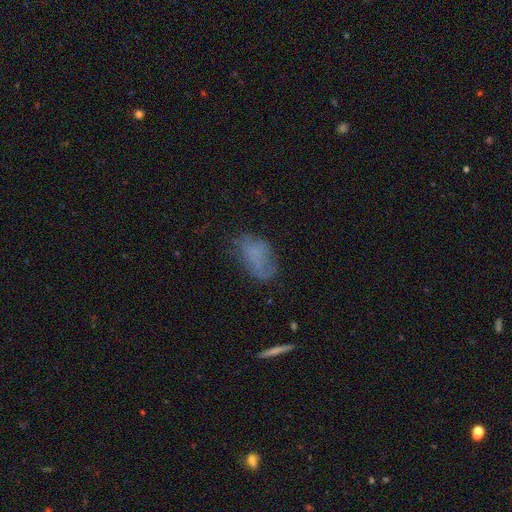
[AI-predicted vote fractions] Smooth or featured? Predicted: smooth (p=0.63). How rounded? Predicted: in between (p=0.90). Merging? Predicted: none (p=0.54).